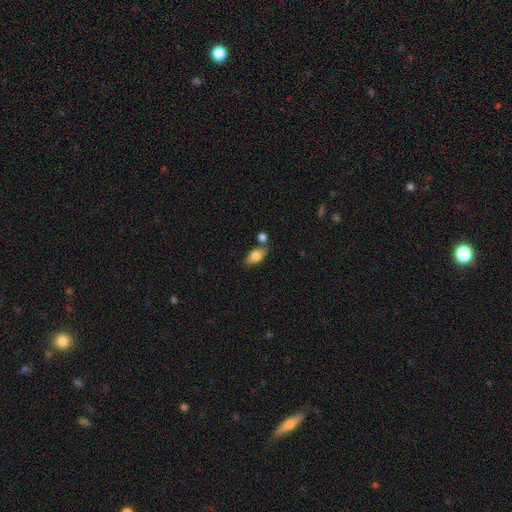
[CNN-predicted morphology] type=smooth (78%); roundness=in between (88%); merging=none (67%).